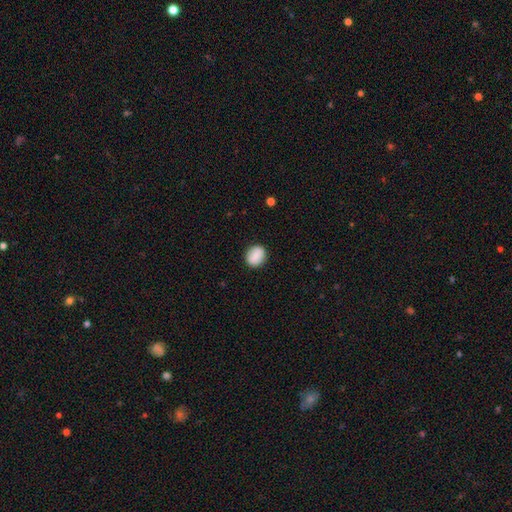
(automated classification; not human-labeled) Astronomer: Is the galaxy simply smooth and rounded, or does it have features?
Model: smooth — 84%.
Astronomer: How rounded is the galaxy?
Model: round — 64%.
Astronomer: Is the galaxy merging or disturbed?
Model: none — 87%.